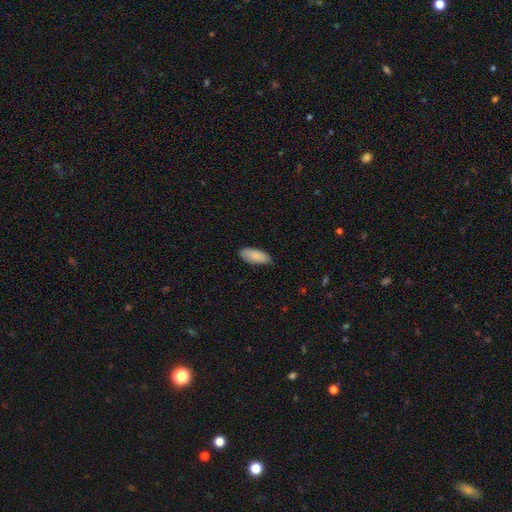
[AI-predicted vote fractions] Overall: smooth (87%). How rounded: in between (84%). Merging: none (81%).